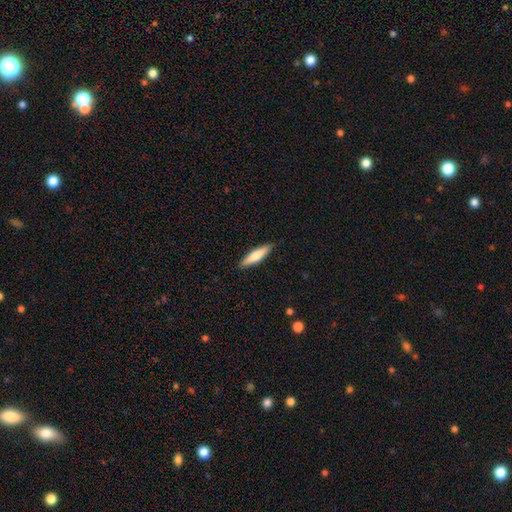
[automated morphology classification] This is likely a smooth galaxy (65%). How rounded: clearly cigar-shaped (80%). Merging: clearly none (90%).